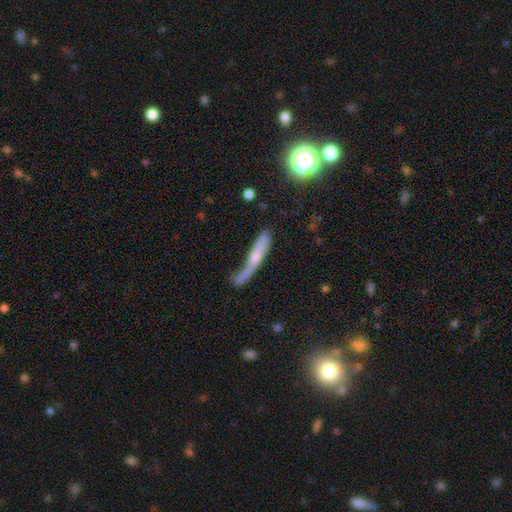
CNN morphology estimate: Smooth or featured?
  - featured or disk: 50% *
  - smooth: 40%
  - star or artifact: 10%
Edge-on disk?
  - yes: 60% *
  - no: 40%
Merging?
  - none: 36% *
  - major disturbance: 29%
  - minor disturbance: 27%
  - merger: 8%